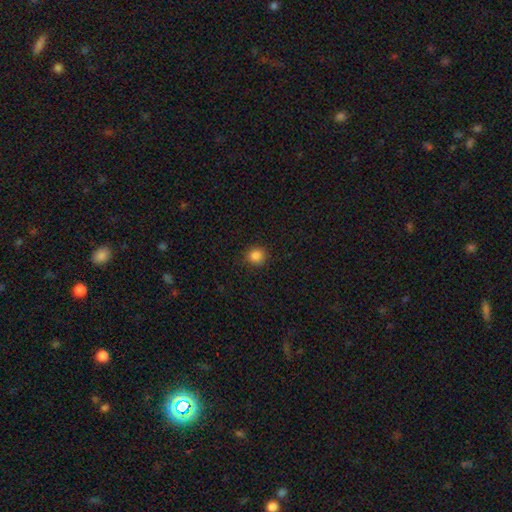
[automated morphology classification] Overall: smooth (85%). How rounded: round (87%). Merging: none (90%).